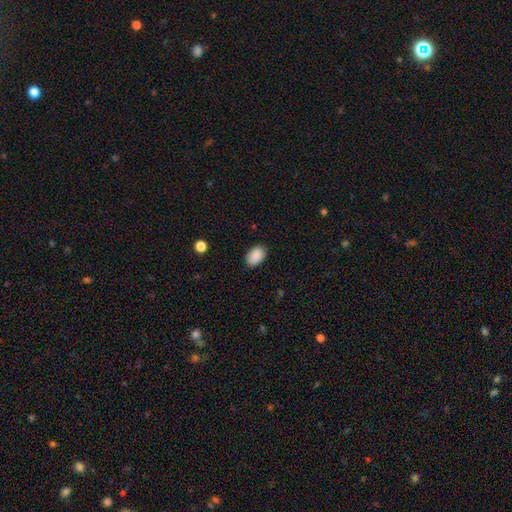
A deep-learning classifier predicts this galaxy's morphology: smooth_or_featured: smooth (p=0.90) [alt: star or artifact p=0.07]
how_rounded: in between (p=0.87) [alt: round p=0.12]
merging: none (p=0.87) [alt: minor disturbance p=0.10]